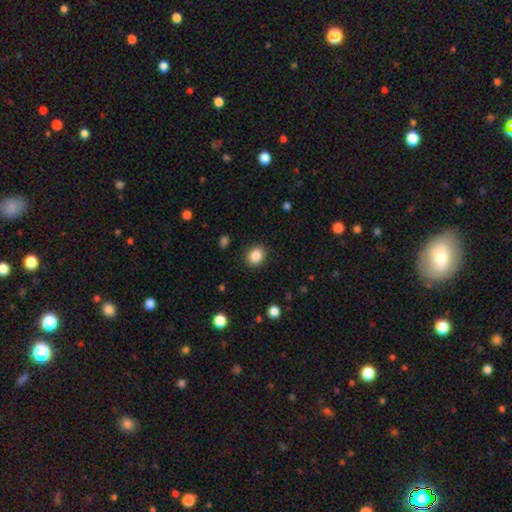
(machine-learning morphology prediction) Smooth or featured: smooth — 87% (star or artifact — 9%)
How rounded: round — 54% (in between — 45%)
Merging: none — 88% (minor disturbance — 8%)